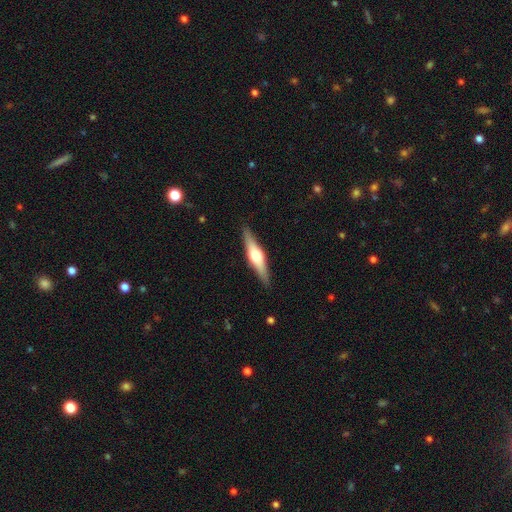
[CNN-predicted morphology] Overall: featured or disk (63%; smooth 32%). Edge-on disk: yes (96%). Edge-on bulge: rounded (92%). Merging: none (90%).